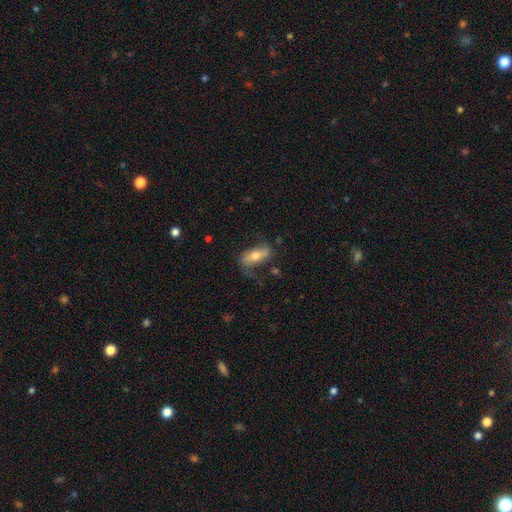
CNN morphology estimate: This appears to be a featured or disk galaxy (48%). Merging: none (64%).